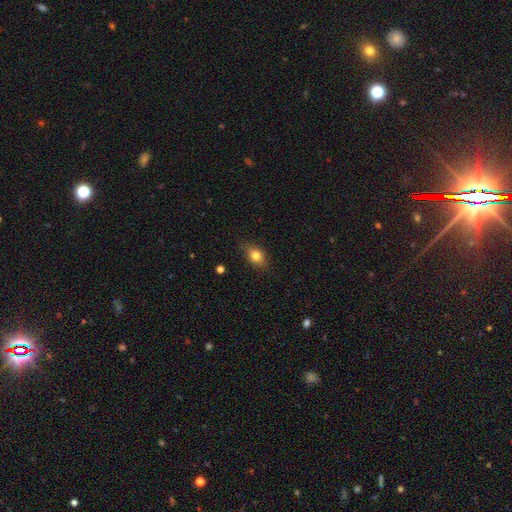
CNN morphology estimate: Overall: smooth (79%). How rounded: in between (69%). Merging: none (77%).